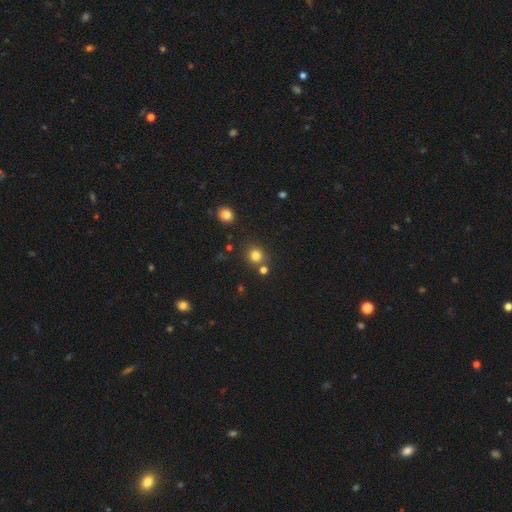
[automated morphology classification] smooth-or-featured: smooth: 78% | star or artifact: 15% | featured or disk: 6%
  how-rounded: round: 85% | in between: 14% | cigar-shaped: 1%
  merging: none: 76% | merger: 12% | minor disturbance: 9% | major disturbance: 3%